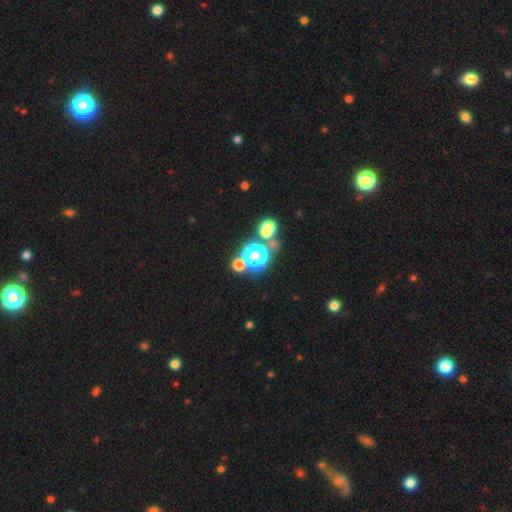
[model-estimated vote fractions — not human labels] Morphology: type=star or artifact (73%).